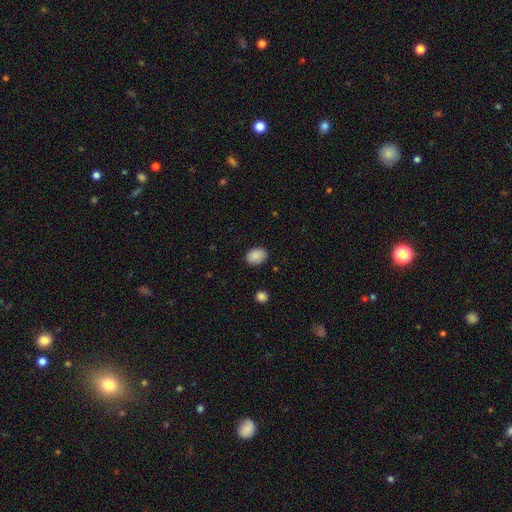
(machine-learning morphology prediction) Smooth or featured: smooth — 89% (star or artifact — 7%)
How rounded: in between — 75% (round — 24%)
Merging: none — 86% (minor disturbance — 11%)